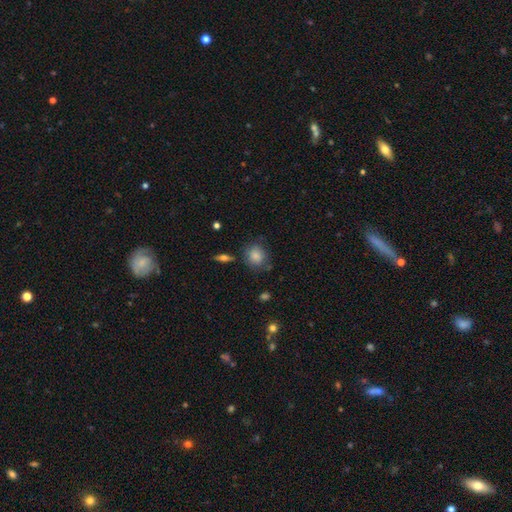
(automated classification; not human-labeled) A smooth galaxy with no disk features (84%) that is round (77%).

Vote fractions:
- Smooth or featured? smooth: 84% / star or artifact: 8% / featured or disk: 8%
- How rounded? round: 77% / in between: 22% / cigar-shaped: 1%
- Merging? none: 73% / minor disturbance: 18% / major disturbance: 5% / merger: 4%